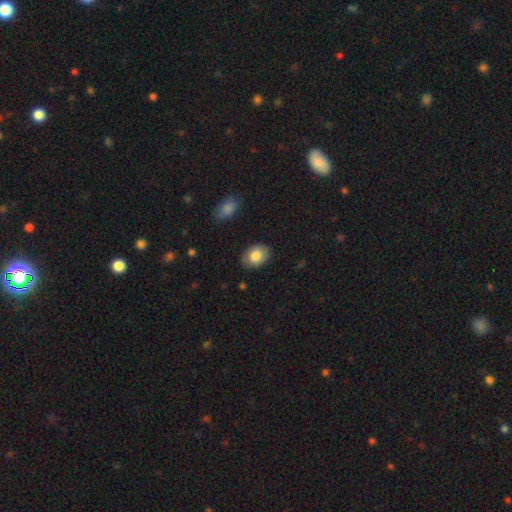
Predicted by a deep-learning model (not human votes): Smooth or featured? smooth (80%)
How rounded? in between (77%)
Merging? none (85%)